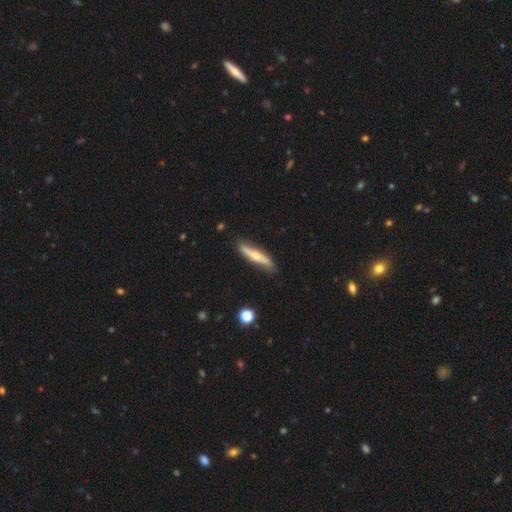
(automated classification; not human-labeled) Smooth or featured?
  - featured or disk: 49% *
  - smooth: 46%
  - star or artifact: 6%
Merging?
  - none: 79% *
  - minor disturbance: 16%
  - major disturbance: 3%
  - merger: 2%